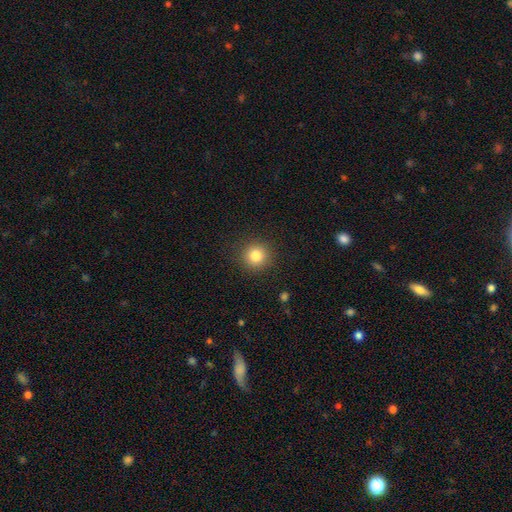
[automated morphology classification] type=smooth (83%); roundness=round (94%); merging=none (90%).